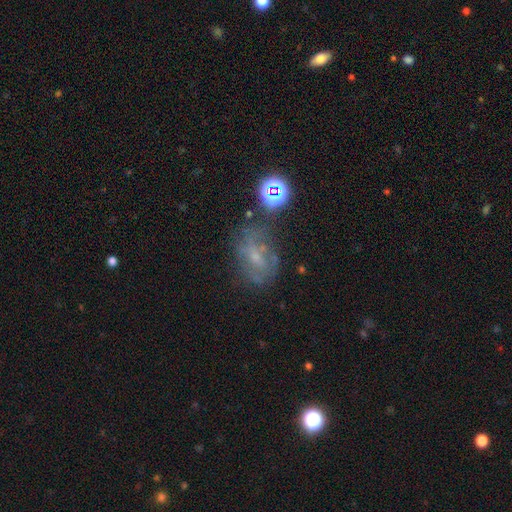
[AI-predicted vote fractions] This is possibly a featured or disk galaxy (47%). Merging: possibly none (51%).